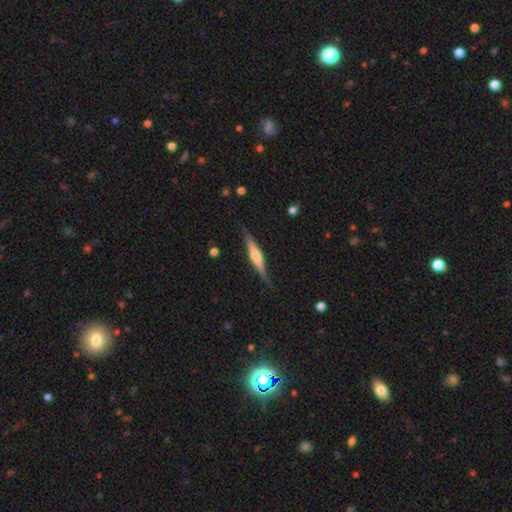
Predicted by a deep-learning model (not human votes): Morphology: type=featured or disk (71%); edge-on=yes (97%); edge-on bulge=rounded (77%); merging=none (83%).